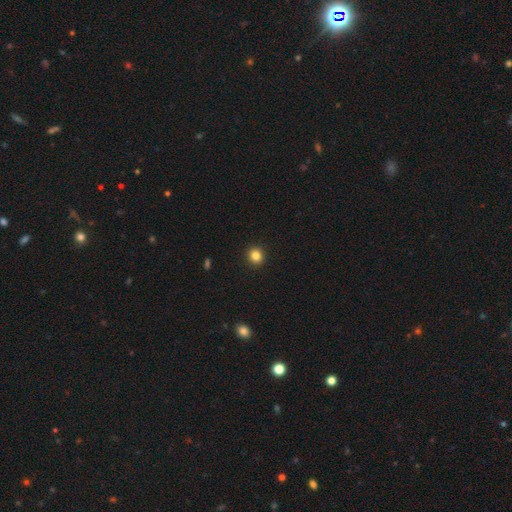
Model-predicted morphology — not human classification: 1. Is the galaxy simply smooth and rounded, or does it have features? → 84% smooth, 11% star or artifact, 5% featured or disk.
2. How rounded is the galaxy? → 89% round, 10% in between, 1% cigar-shaped.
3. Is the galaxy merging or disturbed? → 93% none, 4% minor disturbance, 2% major disturbance, 1% merger.